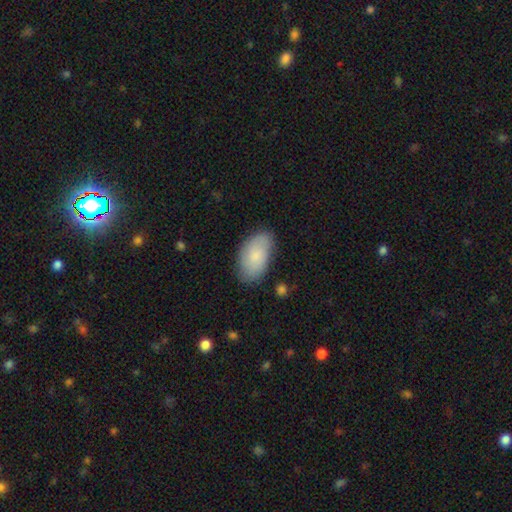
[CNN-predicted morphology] smooth 79%, featured or disk 15%, star or artifact 6%. Down the decision tree: how rounded — in between (95%); merging — none (76%).